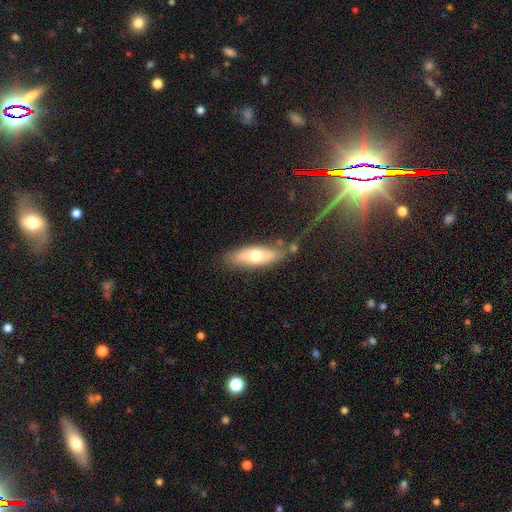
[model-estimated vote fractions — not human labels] A smooth galaxy with no disk features (57%) that is in between round and cigar-shaped (65%).

Vote fractions:
- Smooth or featured? smooth: 57% / featured or disk: 36% / star or artifact: 6%
- How rounded? in between: 65% / cigar-shaped: 32% / round: 3%
- Merging? none: 73% / minor disturbance: 17% / merger: 6% / major disturbance: 5%